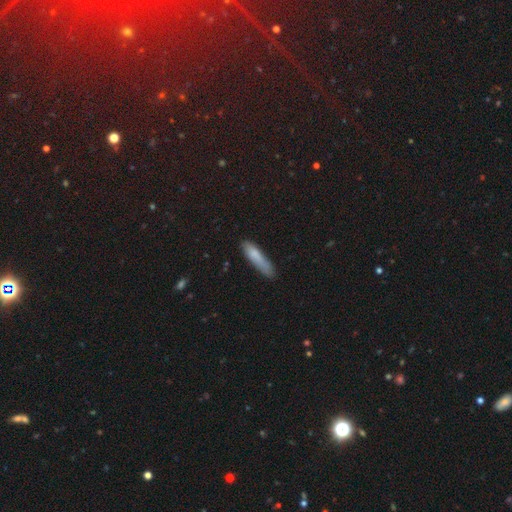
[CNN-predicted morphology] This is likely a smooth galaxy (80%). How rounded: clearly cigar-shaped (81%). Merging: likely none (65%).